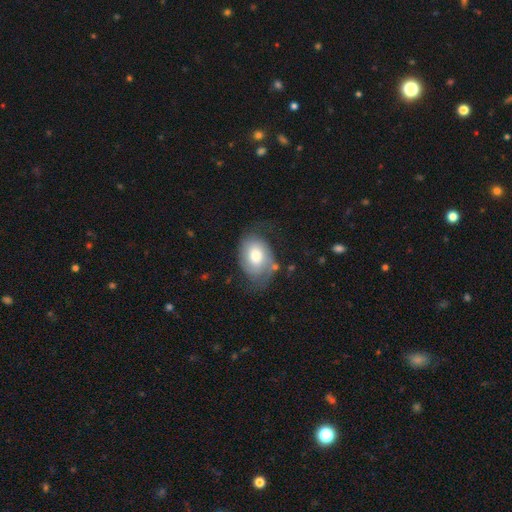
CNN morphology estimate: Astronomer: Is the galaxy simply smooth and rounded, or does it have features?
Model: smooth — 53% (runner-up: featured or disk, 40%).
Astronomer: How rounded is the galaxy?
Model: in between — 74%.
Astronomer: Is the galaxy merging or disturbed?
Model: none — 52% (runner-up: minor disturbance, 28%).